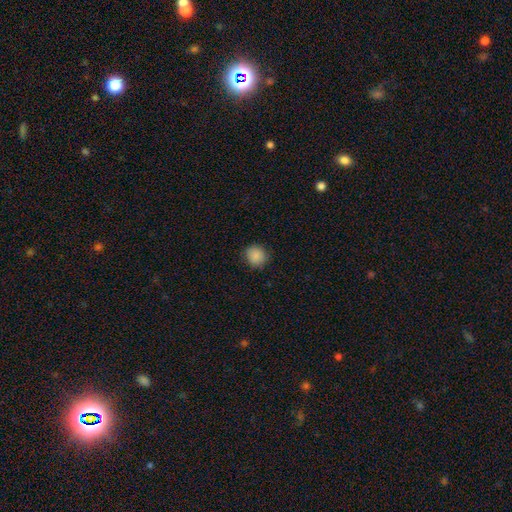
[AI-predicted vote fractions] smooth-or-featured: smooth: 88% | star or artifact: 9% | featured or disk: 3%
  how-rounded: round: 85% | in between: 14% | cigar-shaped: 1%
  merging: none: 87% | minor disturbance: 10% | major disturbance: 2% | merger: 1%